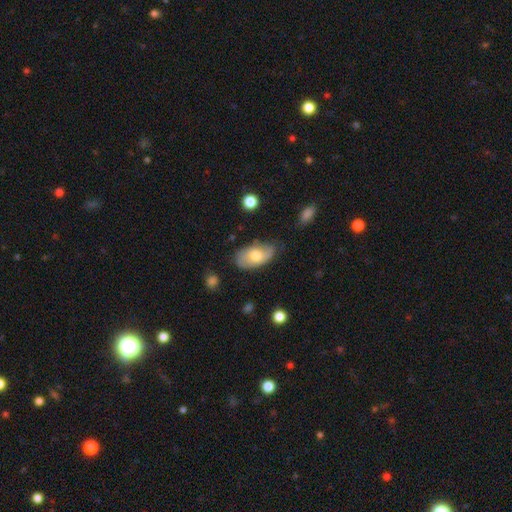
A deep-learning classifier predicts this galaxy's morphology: smooth_or_featured: smooth (p=0.65) [alt: featured or disk p=0.28]
how_rounded: in between (p=0.94) [alt: round p=0.04]
merging: none (p=0.65) [alt: minor disturbance p=0.27]